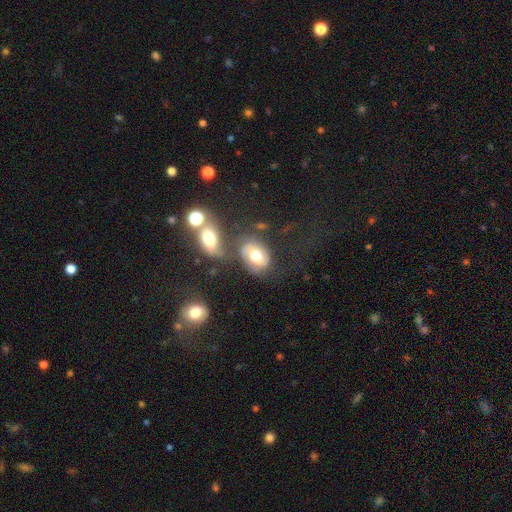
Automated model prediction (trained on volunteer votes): Smooth or featured? Predicted: featured or disk (p=0.47). Merging? Predicted: none (p=0.47).